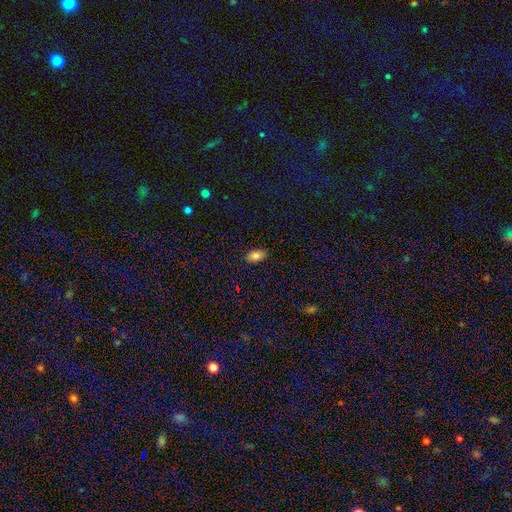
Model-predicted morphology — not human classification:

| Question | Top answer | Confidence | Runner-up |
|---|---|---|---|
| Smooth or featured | smooth | 83% | star or artifact (9%) |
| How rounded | in between | 92% | round (5%) |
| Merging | none | 88% | minor disturbance (9%) |